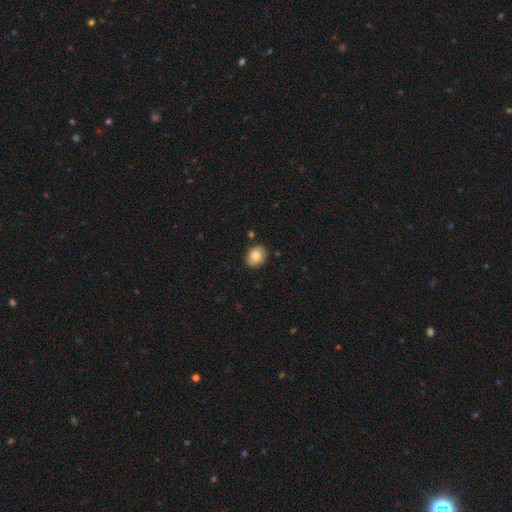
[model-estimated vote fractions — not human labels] Smooth or featured? Predicted: smooth (p=0.80). How rounded? Predicted: round (p=0.52). Merging? Predicted: none (p=0.86).